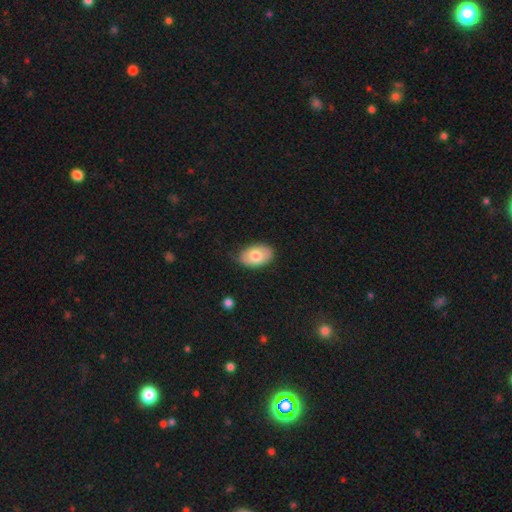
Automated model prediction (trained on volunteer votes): A smooth galaxy with no disk features (69%) that is in between round and cigar-shaped (90%).

Vote fractions:
- Smooth or featured? smooth: 69% / featured or disk: 25% / star or artifact: 6%
- How rounded? in between: 90% / round: 9% / cigar-shaped: 1%
- Merging? none: 78% / minor disturbance: 18% / major disturbance: 3% / merger: 1%